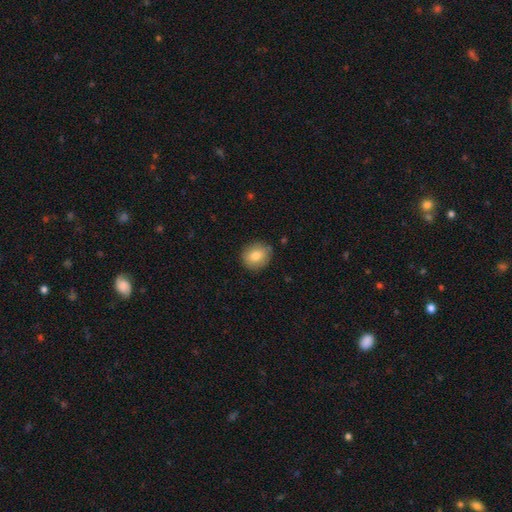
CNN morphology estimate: Smooth or featured?
  - smooth: 82% *
  - featured or disk: 10%
  - star or artifact: 8%
How rounded?
  - round: 73% *
  - in between: 26%
  - cigar-shaped: 1%
Merging?
  - none: 85% *
  - minor disturbance: 11%
  - major disturbance: 2%
  - merger: 2%